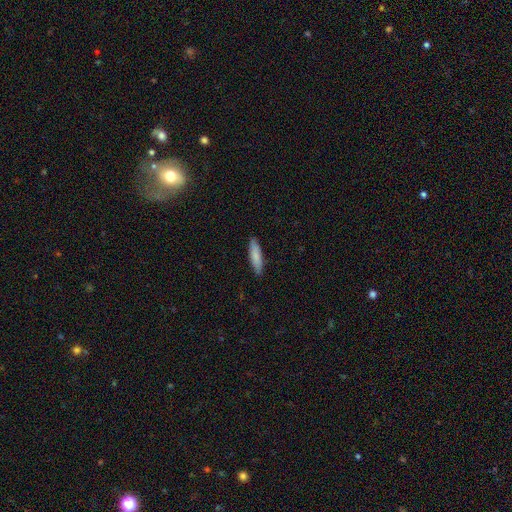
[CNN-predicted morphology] A smooth galaxy with no disk features (81%) that is cigar-shaped (70%).

Vote fractions:
- Smooth or featured? smooth: 81% / featured or disk: 14% / star or artifact: 5%
- How rounded? cigar-shaped: 70% / in between: 29% / round: 1%
- Merging? none: 88% / minor disturbance: 9% / major disturbance: 2% / merger: 1%